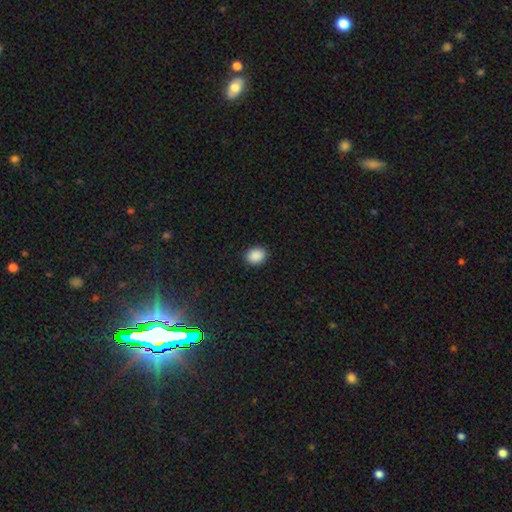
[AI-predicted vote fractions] Smooth or featured: smooth — 90% (star or artifact — 8%)
How rounded: round — 53% (in between — 46%)
Merging: none — 91% (minor disturbance — 7%)